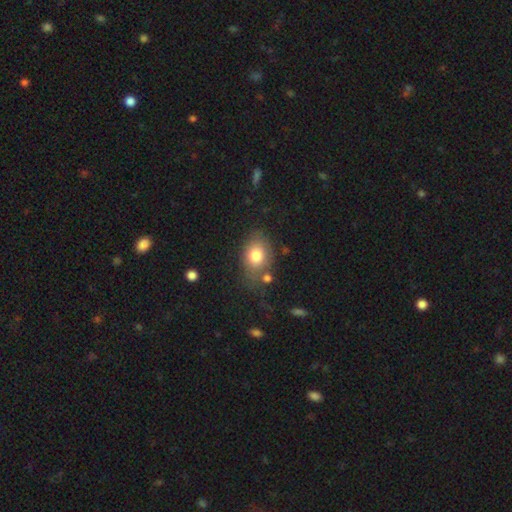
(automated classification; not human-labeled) The model was most divided on "how rounded": in between: 69%, round: 30%, cigar-shaped: 1%. More confident: smooth or featured — smooth (79%); merging — none (63%).